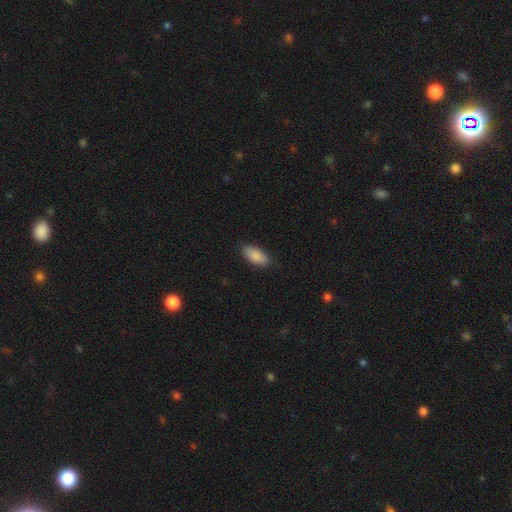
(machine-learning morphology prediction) Smooth or featured?
  - smooth: 88% *
  - star or artifact: 6%
  - featured or disk: 6%
How rounded?
  - in between: 90% *
  - cigar-shaped: 8%
  - round: 2%
Merging?
  - none: 87% *
  - minor disturbance: 10%
  - major disturbance: 2%
  - merger: 1%